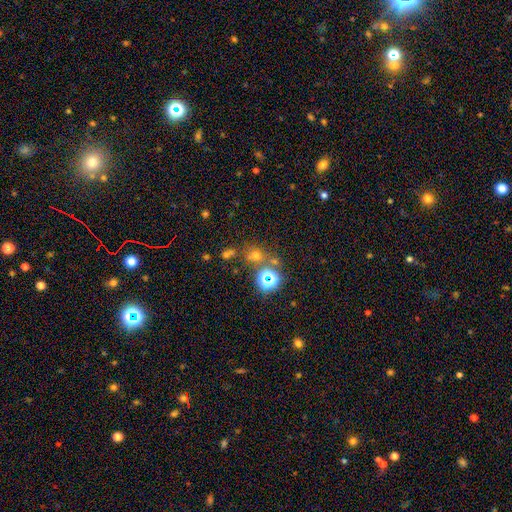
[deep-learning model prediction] A smooth galaxy with no disk features (55%) that is round (81%). Merging: none (67%).